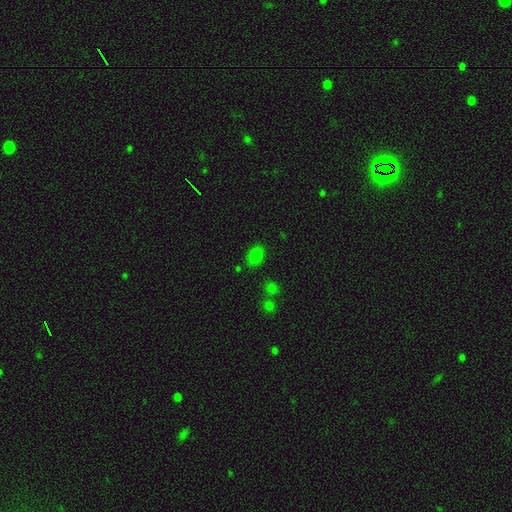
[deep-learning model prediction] smooth-or-featured: smooth: 79% | star or artifact: 16% | featured or disk: 5%
  how-rounded: in between: 80% | round: 19% | cigar-shaped: 1%
  merging: none: 80% | minor disturbance: 12% | merger: 5% | major disturbance: 3%